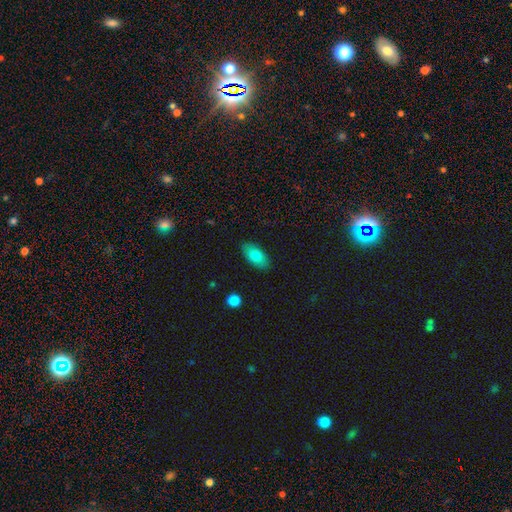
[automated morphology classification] smooth-or-featured: smooth: 79% | featured or disk: 14% | star or artifact: 7%
  how-rounded: in between: 92% | cigar-shaped: 5% | round: 3%
  merging: none: 87% | minor disturbance: 10% | major disturbance: 2% | merger: 1%